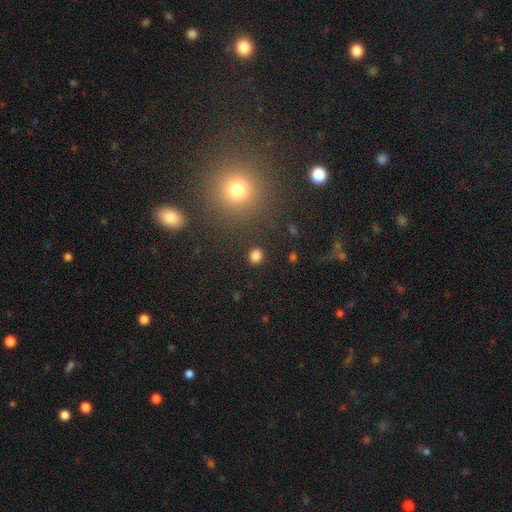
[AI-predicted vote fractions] smooth_or_featured: smooth (p=0.82) [alt: star or artifact p=0.14]
how_rounded: round (p=0.73) [alt: in between p=0.26]
merging: none (p=0.89) [alt: minor disturbance p=0.07]